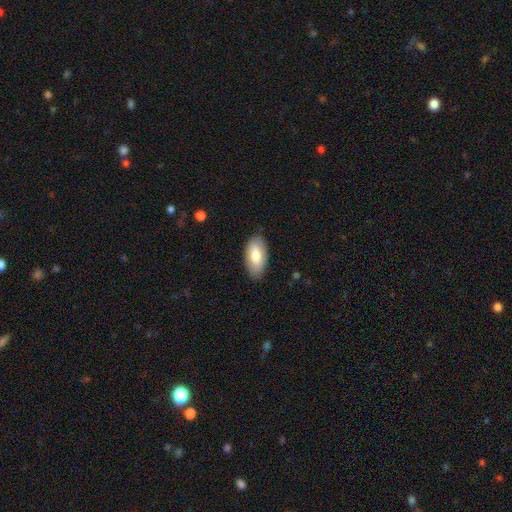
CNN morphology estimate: This appears to be a smooth galaxy with no disk features (72%) that is in between round and cigar-shaped (93%). Merging: none (84%).